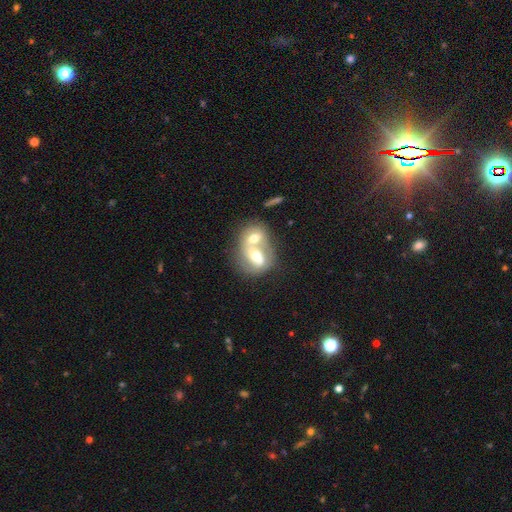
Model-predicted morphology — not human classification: featured or disk 51%, smooth 42%, star or artifact 7%. Down the decision tree: edge-on disk — no (94%); merging — merger (74%).